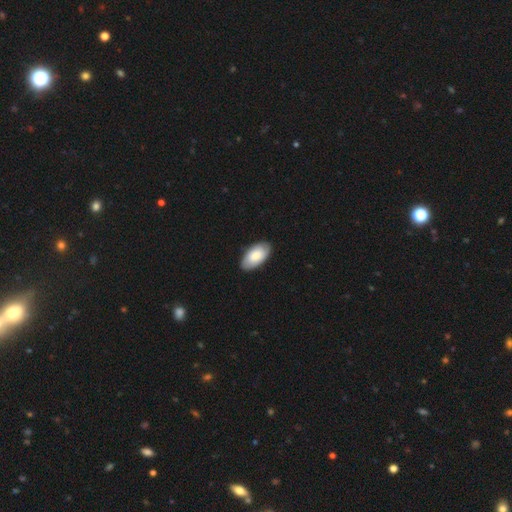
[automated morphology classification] Smooth or featured?
  - smooth: 75% *
  - featured or disk: 19%
  - star or artifact: 6%
How rounded?
  - in between: 96% *
  - round: 2%
  - cigar-shaped: 2%
Merging?
  - none: 86% *
  - minor disturbance: 11%
  - major disturbance: 2%
  - merger: 1%